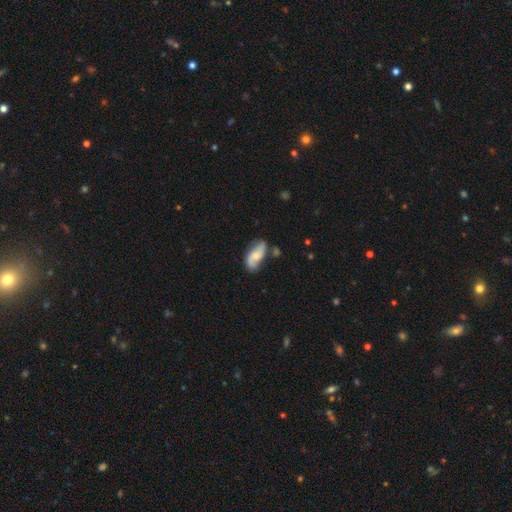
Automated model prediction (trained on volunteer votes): A featured or disk galaxy (50%).

Vote fractions:
- Smooth or featured? featured or disk: 50% / smooth: 43% / star or artifact: 7%
- Merging? none: 65% / minor disturbance: 23% / merger: 6% / major disturbance: 6%